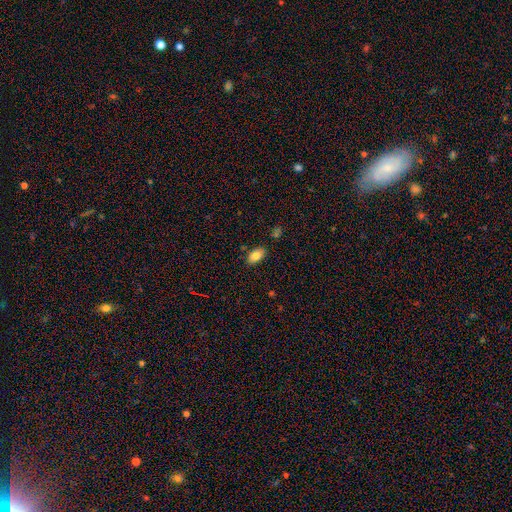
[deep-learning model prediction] Smooth or featured?
  - smooth: 83% *
  - featured or disk: 9%
  - star or artifact: 8%
How rounded?
  - in between: 92% *
  - round: 5%
  - cigar-shaped: 3%
Merging?
  - none: 84% *
  - minor disturbance: 11%
  - merger: 3%
  - major disturbance: 2%